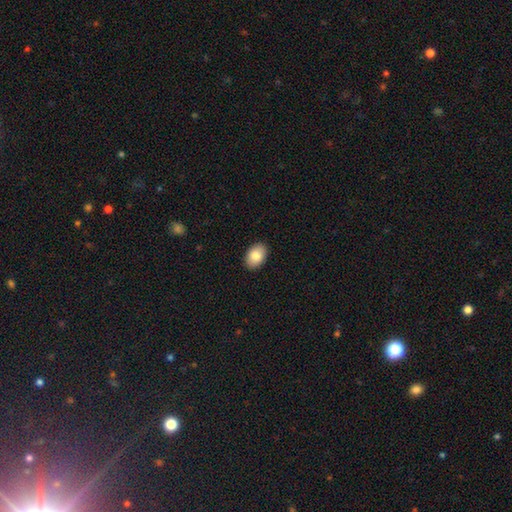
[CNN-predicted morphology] A smooth galaxy with no disk features (84%) that is in between round and cigar-shaped (88%). Merging: none (90%).